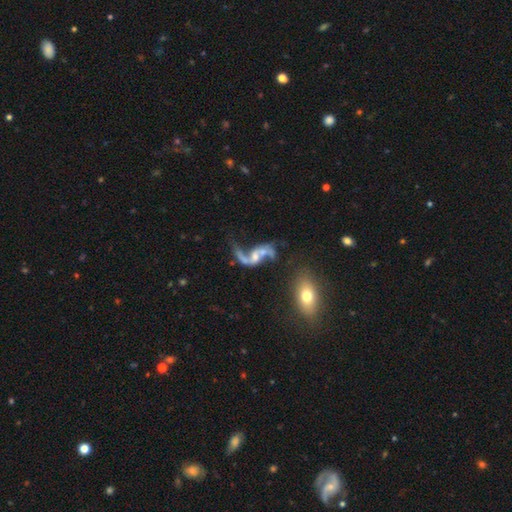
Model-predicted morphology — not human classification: The model was most divided on "merging": merger: 36%, none: 30%, major disturbance: 21%, minor disturbance: 13%. Remaining: edge-on disk — no (95%); spiral winding — loose (89%); spiral arms — yes (86%); spiral arm count — 2 (86%); smooth or featured — featured or disk (81%); bar — no (53%); bulge size — small (42%).